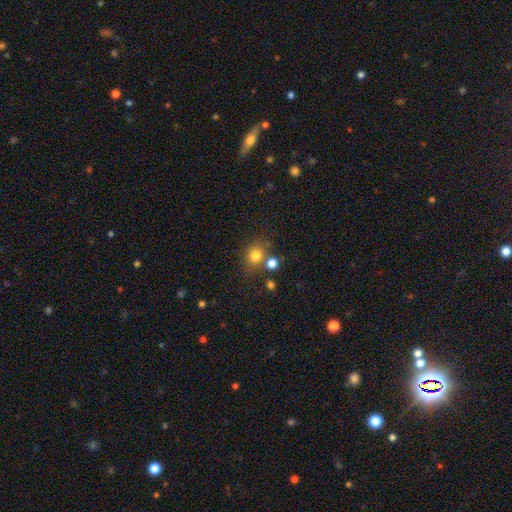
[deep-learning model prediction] Morphology: type=smooth (79%); roundness=round (73%); merging=none (67%).